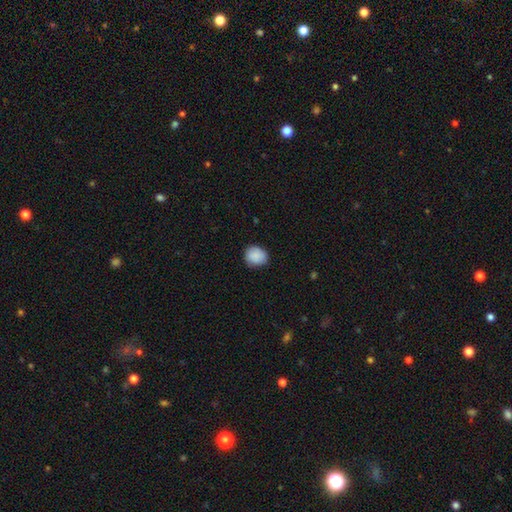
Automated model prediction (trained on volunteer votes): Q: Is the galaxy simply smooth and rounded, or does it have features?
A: smooth — 88%.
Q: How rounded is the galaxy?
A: round — 67%.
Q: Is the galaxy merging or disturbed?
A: none — 80%.